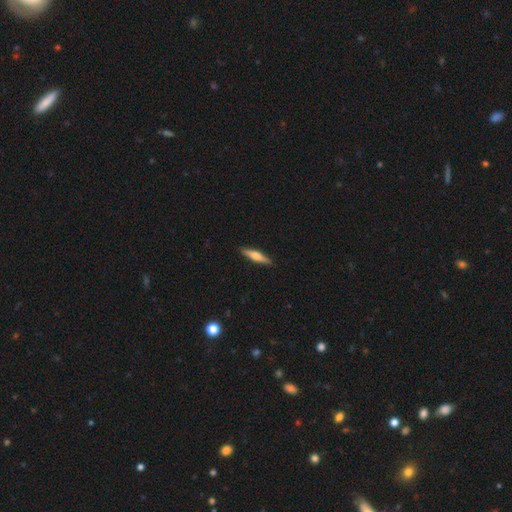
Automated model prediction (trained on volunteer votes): This is possibly a smooth galaxy (58%). How rounded: clearly cigar-shaped (82%). Merging: clearly none (90%).